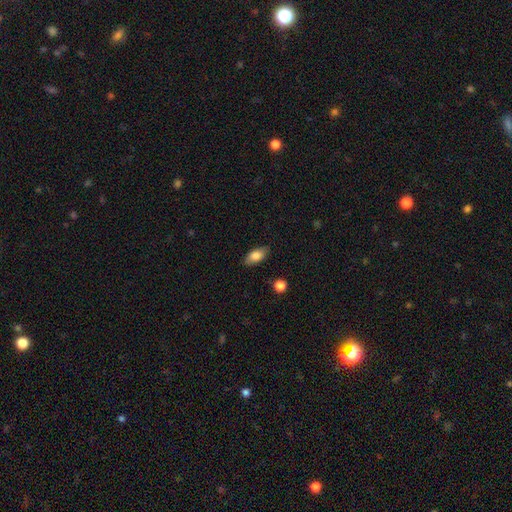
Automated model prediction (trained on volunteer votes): smooth_or_featured: smooth (p=0.81) [alt: featured or disk p=0.11]
how_rounded: in between (p=0.89) [alt: cigar-shaped p=0.07]
merging: none (p=0.85) [alt: minor disturbance p=0.11]